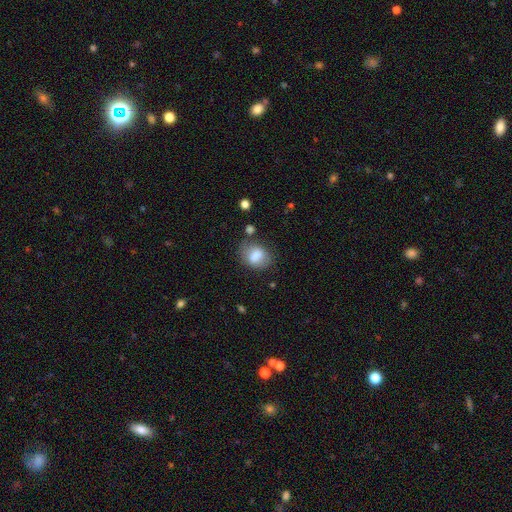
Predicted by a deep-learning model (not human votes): Smooth or featured? smooth (76%)
How rounded? in between (69%)
Merging? none (63%)